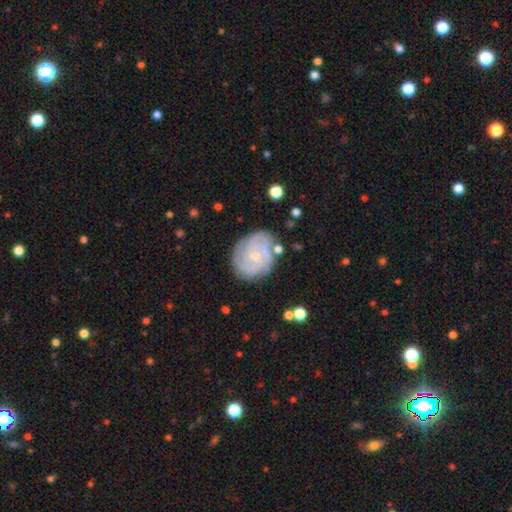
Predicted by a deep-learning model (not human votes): smooth-or-featured: featured or disk: 73% | smooth: 19% | star or artifact: 7%
  disk-edge-on: no: 98% | yes: 2%
    bar: no: 70% | weak: 26% | strong: 4%
    has-spiral-arms: yes: 90% | no: 10%
      spiral-winding: tight: 62% | medium: 30% | loose: 8%
      spiral-arm-count: can't tell: 36% | 3: 23% | 2: 16% | 4: 15% | more than 4: 5% | 1: 5%
    bulge-size: small: 69% | moderate: 23% | none: 5% | large: 1% | dominant: 1%
  merging: none: 74% | minor disturbance: 17% | major disturbance: 6% | merger: 3%